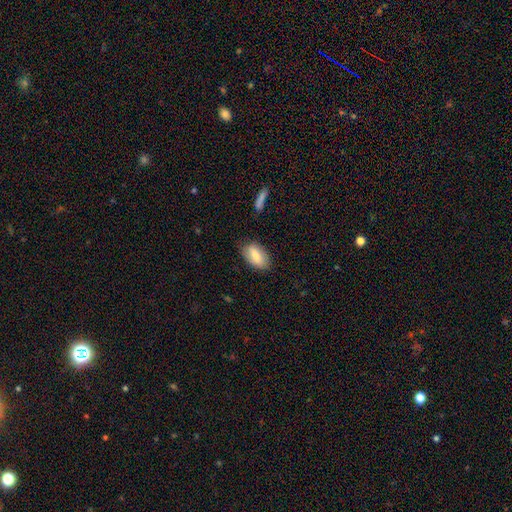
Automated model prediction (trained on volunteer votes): Smooth or featured? smooth (76%)
How rounded? in between (92%)
Merging? none (77%)